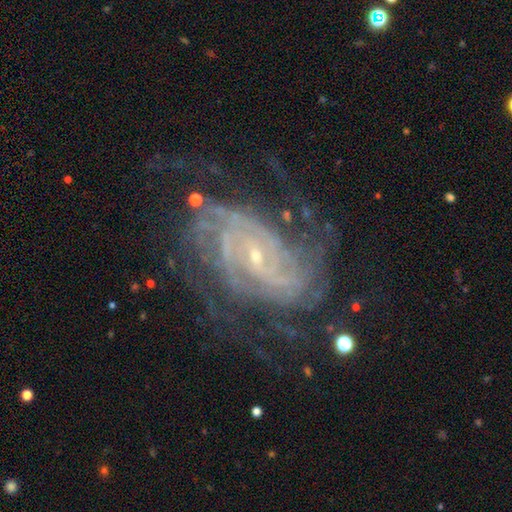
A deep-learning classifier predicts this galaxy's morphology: Smooth or featured: featured or disk — 89% (star or artifact — 7%)
Edge-on disk: no — 97% (yes — 3%)
Bar: no — 46% (weak — 37%)
Spiral arms: yes — 97% (no — 3%)
Spiral winding: tight — 63% (medium — 30%)
Spiral arm count: can't tell — 26% (2 — 24%)
Bulge size: small — 85% (moderate — 11%)
Merging: none — 67% (minor disturbance — 18%)